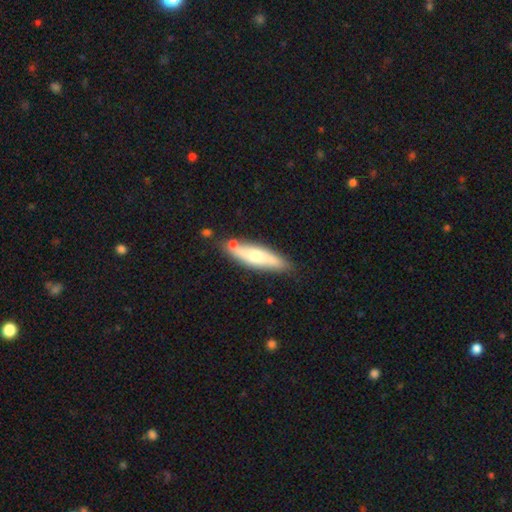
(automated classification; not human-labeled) Smooth or featured: smooth — 56% (featured or disk — 38%)
How rounded: cigar-shaped — 70% (in between — 28%)
Merging: none — 74% (minor disturbance — 15%)